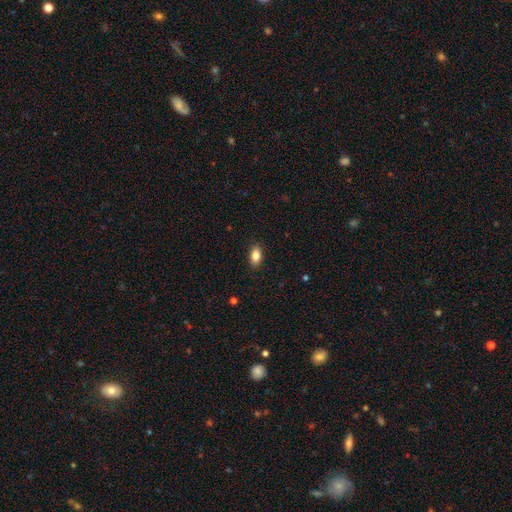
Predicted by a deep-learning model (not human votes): A smooth galaxy with no disk features (84%) that is in between round and cigar-shaped (88%).

Vote fractions:
- Smooth or featured? smooth: 84% / star or artifact: 8% / featured or disk: 8%
- How rounded? in between: 88% / round: 8% / cigar-shaped: 4%
- Merging? none: 89% / minor disturbance: 9% / major disturbance: 2% / merger: 1%